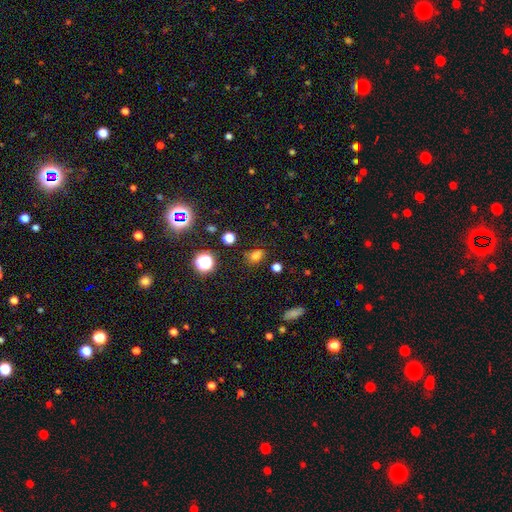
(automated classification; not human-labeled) Smooth or featured?
  - smooth: 70% *
  - star or artifact: 23%
  - featured or disk: 7%
How rounded?
  - in between: 61% *
  - round: 37%
  - cigar-shaped: 2%
Merging?
  - none: 72% *
  - minor disturbance: 18%
  - major disturbance: 6%
  - merger: 4%